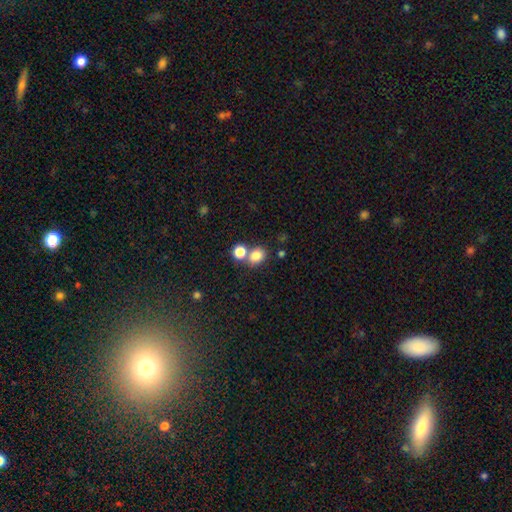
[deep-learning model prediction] A smooth galaxy with no disk features (81%) that is round (56%).

Vote fractions:
- Smooth or featured? smooth: 81% / star or artifact: 13% / featured or disk: 7%
- How rounded? round: 56% / in between: 43% / cigar-shaped: 1%
- Merging? none: 57% / merger: 30% / minor disturbance: 9% / major disturbance: 4%